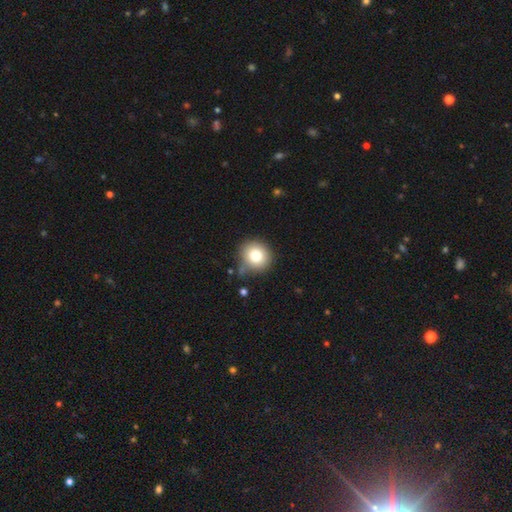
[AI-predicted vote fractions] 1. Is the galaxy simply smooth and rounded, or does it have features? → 80% smooth, 10% star or artifact, 9% featured or disk.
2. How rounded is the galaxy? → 88% round, 11% in between, 1% cigar-shaped.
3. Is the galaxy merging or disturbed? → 73% none, 17% minor disturbance, 5% major disturbance, 5% merger.